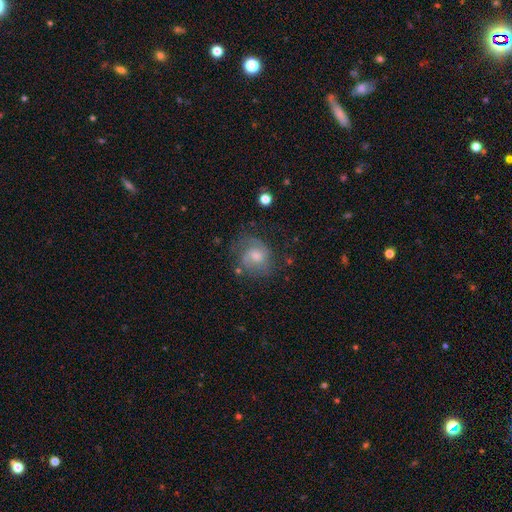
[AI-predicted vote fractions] featured or disk 57%, smooth 32%, star or artifact 12%. Down the decision tree: edge-on disk — no (97%); bar — no (58%); spiral arms — yes (84%); bulge size — moderate (58%); merging — none (64%).